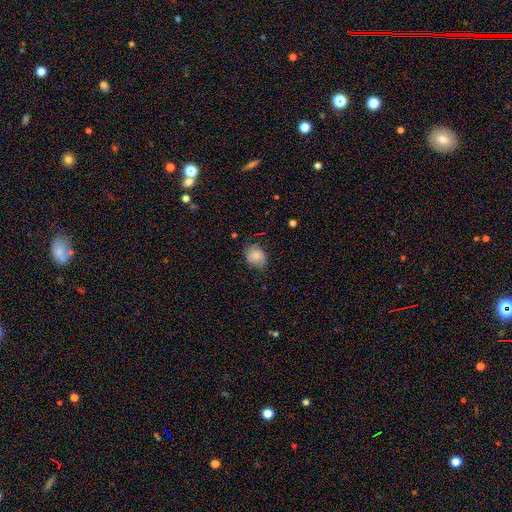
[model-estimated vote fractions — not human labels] This appears to be a smooth galaxy with no disk features (71%) that is round (53%). Merging: none (60%).